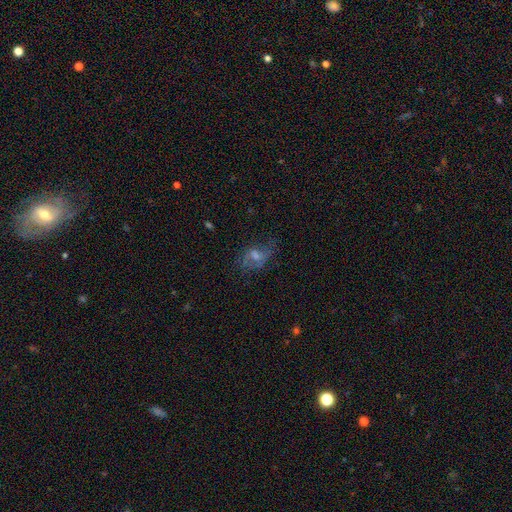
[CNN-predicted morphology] The model was most divided on "bar": no: 52%, weak: 39%, strong: 9%. Remaining: edge-on disk — no (94%); spiral arms — yes (74%); merging — none (59%); smooth or featured — featured or disk (55%); bulge size — moderate (47%).